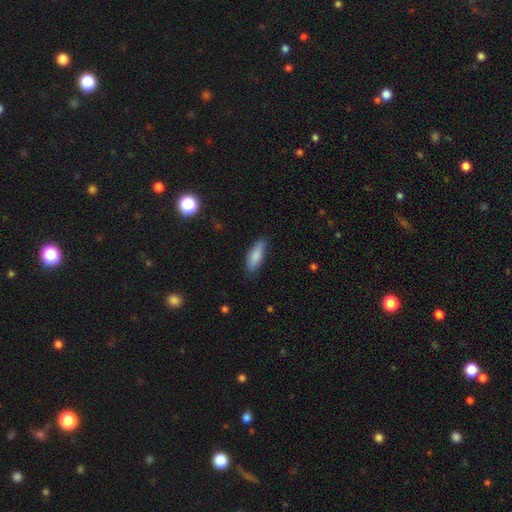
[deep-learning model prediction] smooth_or_featured: smooth (p=0.83) [alt: featured or disk p=0.11]
how_rounded: in between (p=0.61) [alt: cigar-shaped p=0.37]
merging: none (p=0.77) [alt: minor disturbance p=0.18]